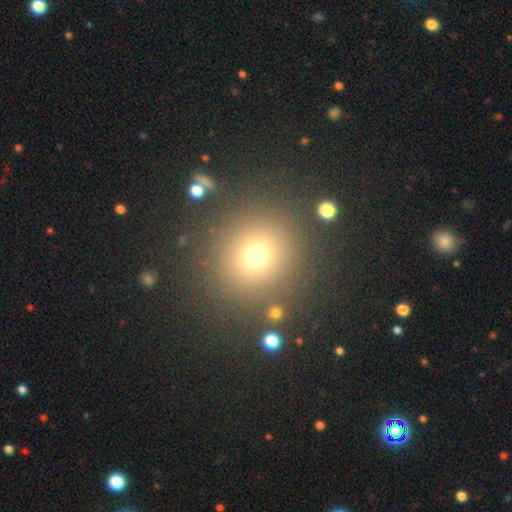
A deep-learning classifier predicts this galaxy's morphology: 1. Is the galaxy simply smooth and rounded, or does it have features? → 67% smooth, 24% star or artifact, 9% featured or disk.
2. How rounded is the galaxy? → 92% round, 7% in between, 1% cigar-shaped.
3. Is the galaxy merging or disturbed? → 87% none, 6% minor disturbance, 3% major disturbance, 3% merger.